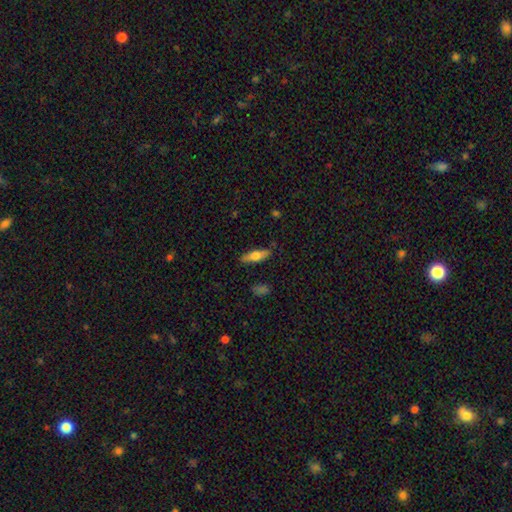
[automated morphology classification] Overall: smooth (64%; featured or disk 29%). How rounded: in between (51%; cigar-shaped 47%). Merging: none (85%).